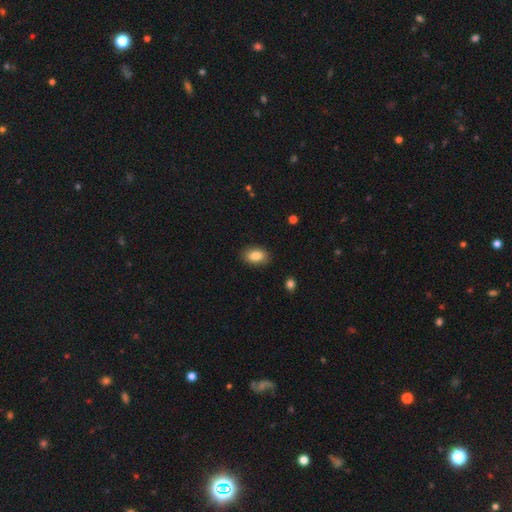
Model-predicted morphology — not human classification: The model was most divided on "smooth or featured": smooth: 85%, star or artifact: 8%, featured or disk: 8%. More confident: how rounded — in between (88%); merging — none (87%).